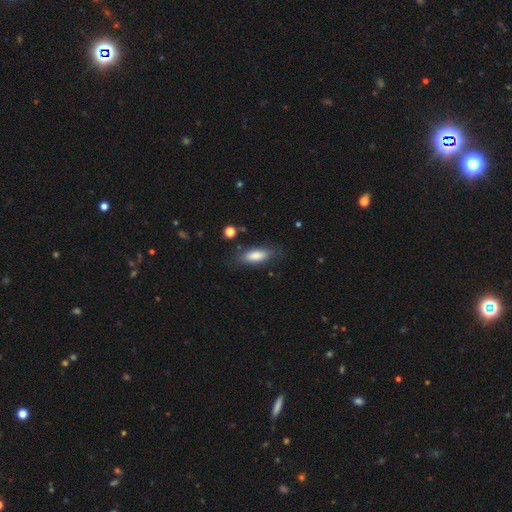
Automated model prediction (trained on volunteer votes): This is clearly a smooth galaxy (80%). How rounded: likely in between (67%). Merging: likely none (78%).